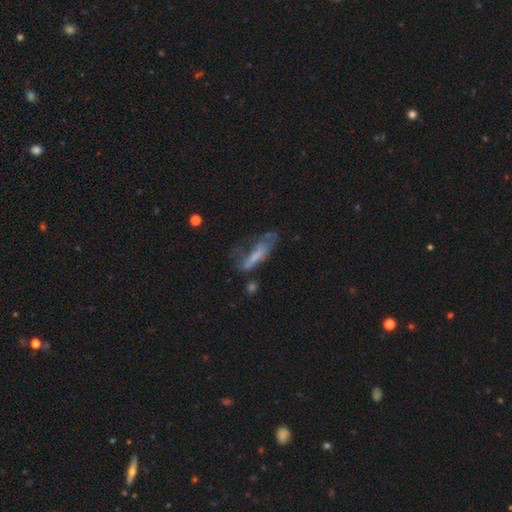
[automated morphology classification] The model was most divided on "merging": major disturbance: 36%, none: 32%, minor disturbance: 25%, merger: 7%. Remaining: smooth or featured — smooth (47%).